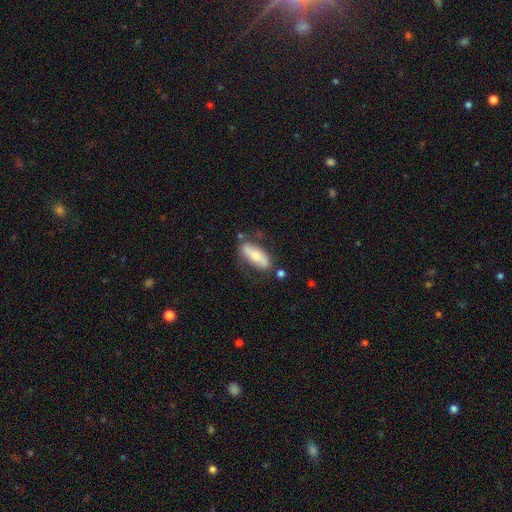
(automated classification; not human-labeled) Morphology: type=smooth (51%); roundness=in between (65%); merging=none (71%).